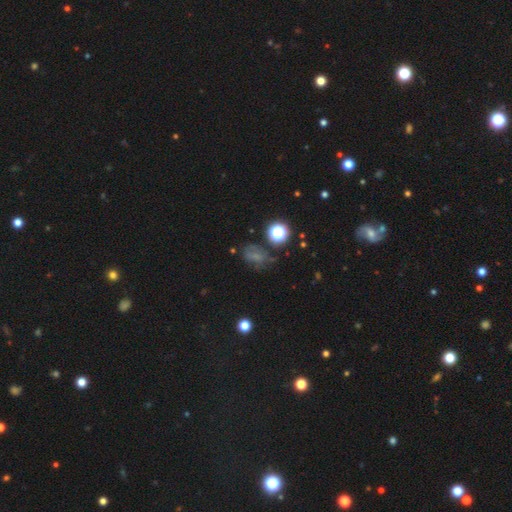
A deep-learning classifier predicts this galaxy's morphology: The model was most divided on "smooth or featured": smooth: 42%, star or artifact: 34%, featured or disk: 24%. More confident: merging — none (53%).